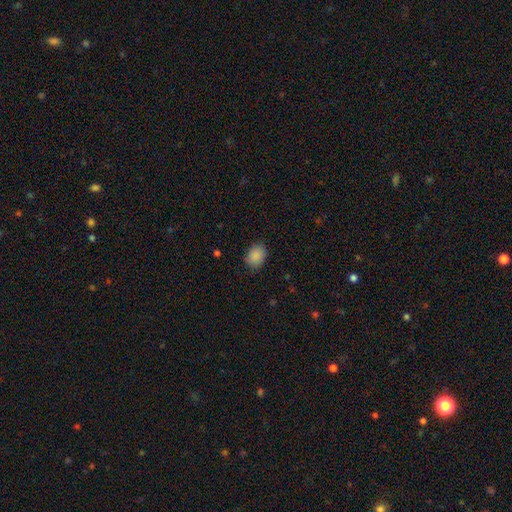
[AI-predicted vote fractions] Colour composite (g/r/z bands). It shows a smooth galaxy with no disk features (89%) that is in between round and cigar-shaped (59%). Merging: none (83%).